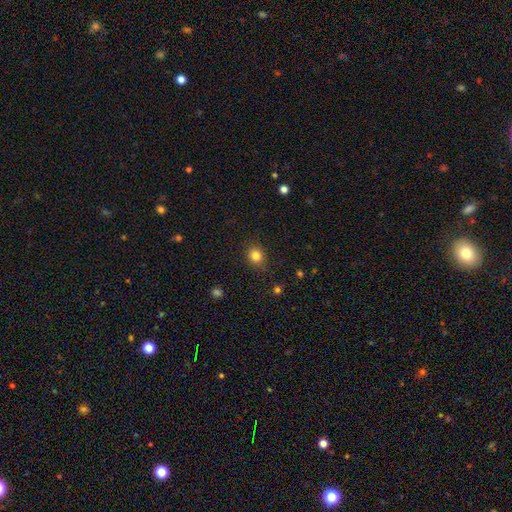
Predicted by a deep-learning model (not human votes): Smooth or featured: smooth — 82% (star or artifact — 12%)
How rounded: round — 69% (in between — 30%)
Merging: none — 86% (minor disturbance — 10%)